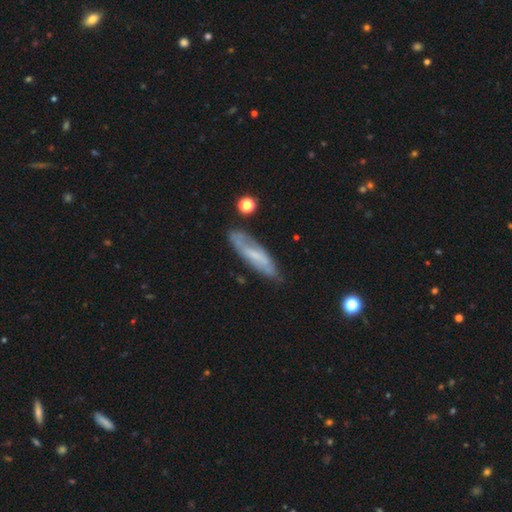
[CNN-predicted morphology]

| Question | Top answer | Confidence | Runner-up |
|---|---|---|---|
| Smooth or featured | featured or disk | 54% | smooth (39%) |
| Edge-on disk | no | 66% | yes (34%) |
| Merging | none | 70% | minor disturbance (21%) |